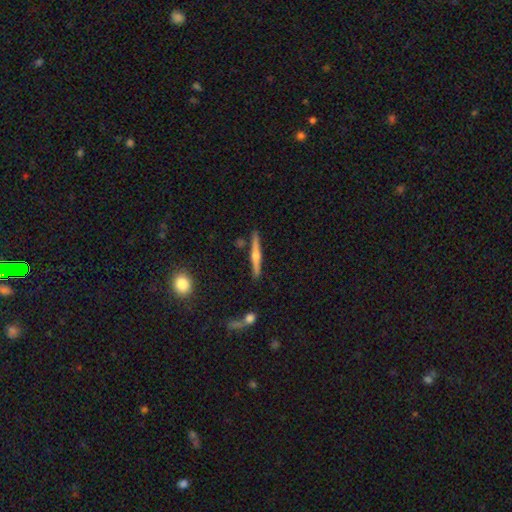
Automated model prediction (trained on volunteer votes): featured or disk 67%, smooth 27%, star or artifact 6%. Down the decision tree: edge-on disk — yes (98%); edge-on bulge — rounded (89%); merging — none (86%).